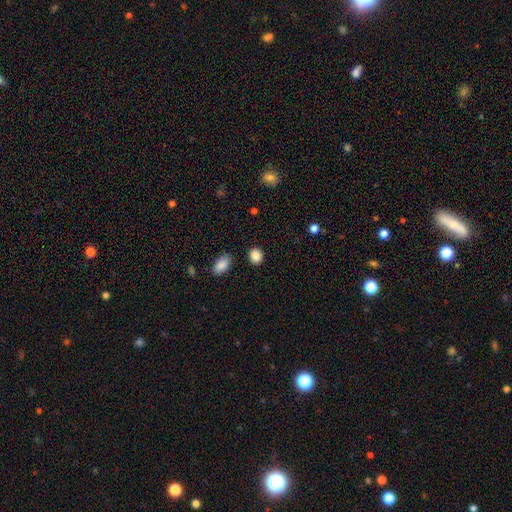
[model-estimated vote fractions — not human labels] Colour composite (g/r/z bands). It shows a smooth galaxy with no disk features (88%) that is round (61%). Merging: none (88%).